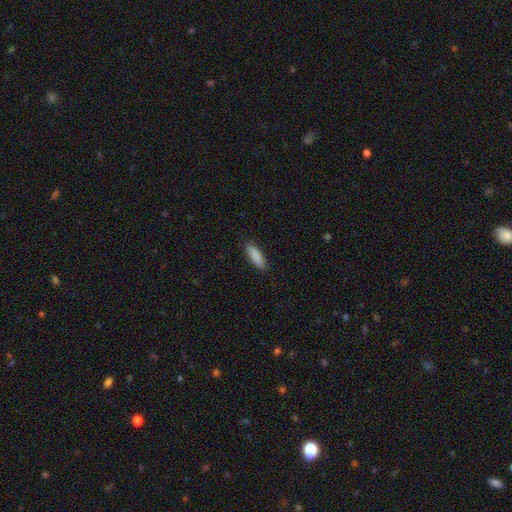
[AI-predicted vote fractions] Smooth or featured? Predicted: smooth (p=0.89). How rounded? Predicted: in between (p=0.51). Merging? Predicted: none (p=0.88).